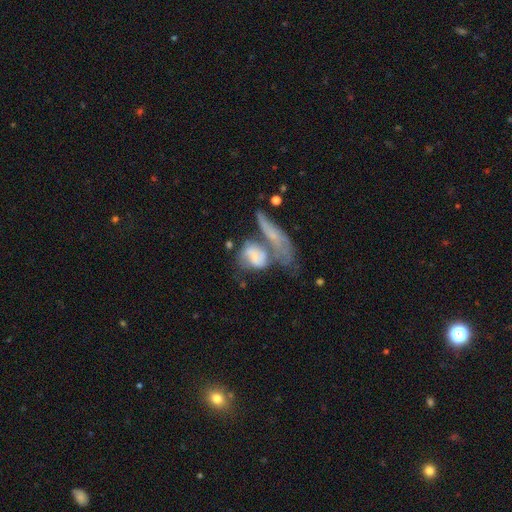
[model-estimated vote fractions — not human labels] A featured or disk galaxy (48%).

Vote fractions:
- Smooth or featured? featured or disk: 48% / smooth: 45% / star or artifact: 7%
- Merging? merger: 49% / none: 24% / minor disturbance: 14% / major disturbance: 13%